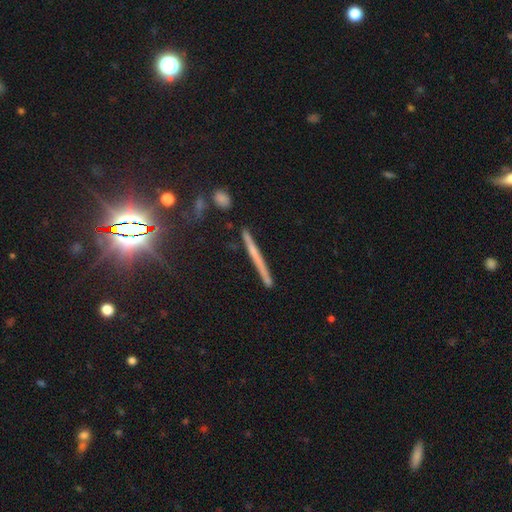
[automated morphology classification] Smooth or featured? featured or disk (49%)
Merging? none (86%)